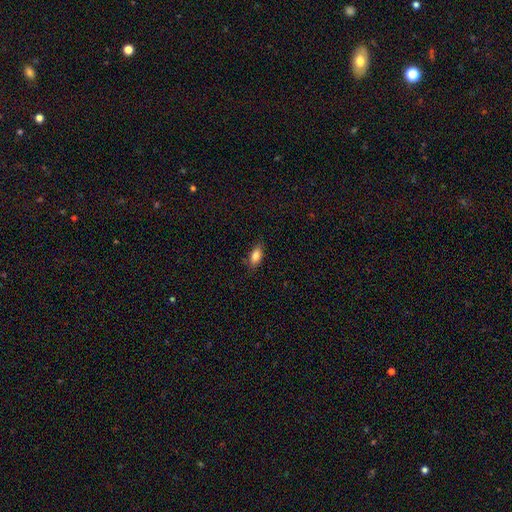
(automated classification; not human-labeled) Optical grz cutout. It shows a smooth galaxy with no disk features (83%) that is in between round and cigar-shaped (85%). Merging: none (79%).